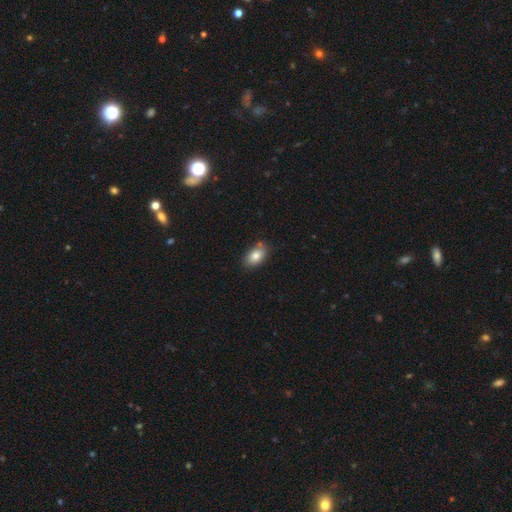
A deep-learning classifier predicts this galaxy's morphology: smooth 83%, featured or disk 9%, star or artifact 8%. Down the decision tree: how rounded — in between (89%); merging — none (78%).